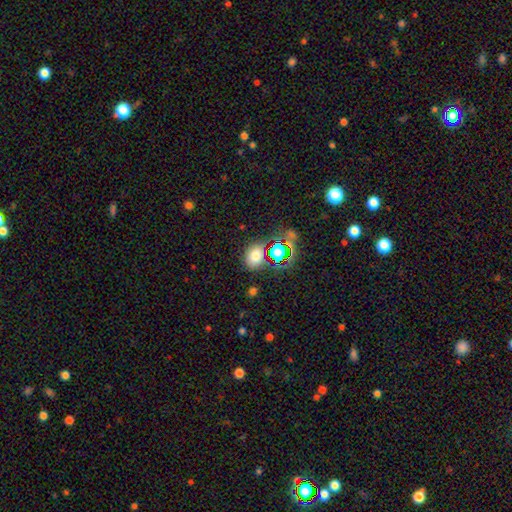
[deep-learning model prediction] Q: Smooth or featured?
A: smooth (67%); runner-up: star or artifact (24%)
Q: How rounded?
A: in between (54%); runner-up: round (44%)
Q: Merging?
A: none (72%); runner-up: minor disturbance (13%)